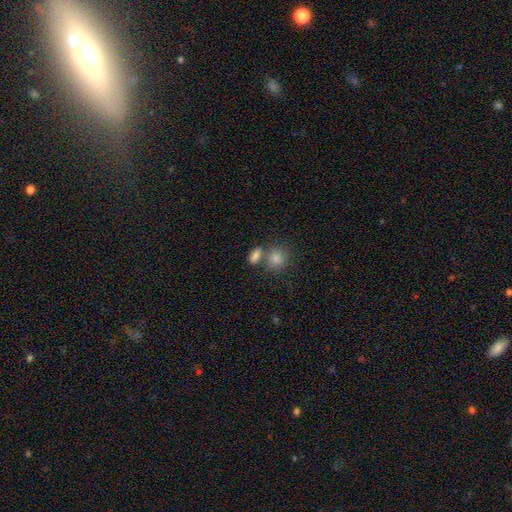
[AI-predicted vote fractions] Morphology: type=smooth (83%); roundness=in between (78%); merging=none (52%).